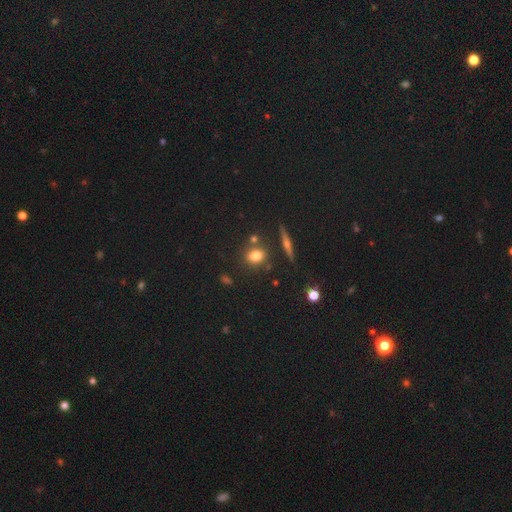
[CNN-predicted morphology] smooth_or_featured: smooth (p=0.74) [alt: featured or disk p=0.13]
how_rounded: round (p=0.60) [alt: in between p=0.37]
merging: none (p=0.78) [alt: minor disturbance p=0.11]